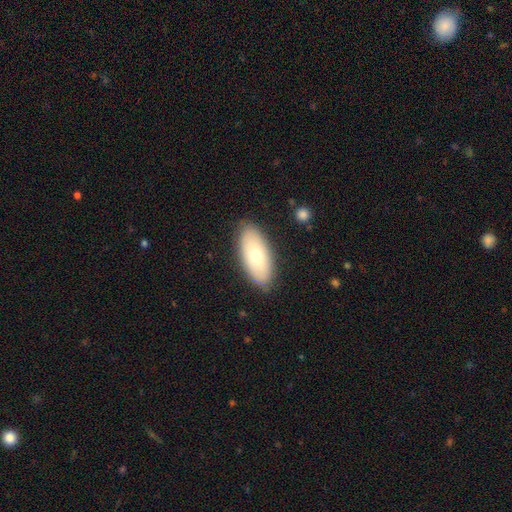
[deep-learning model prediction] Smooth or featured?
  - smooth: 66% *
  - featured or disk: 28%
  - star or artifact: 6%
How rounded?
  - in between: 89% *
  - cigar-shaped: 9%
  - round: 3%
Merging?
  - none: 85% *
  - minor disturbance: 11%
  - major disturbance: 2%
  - merger: 1%